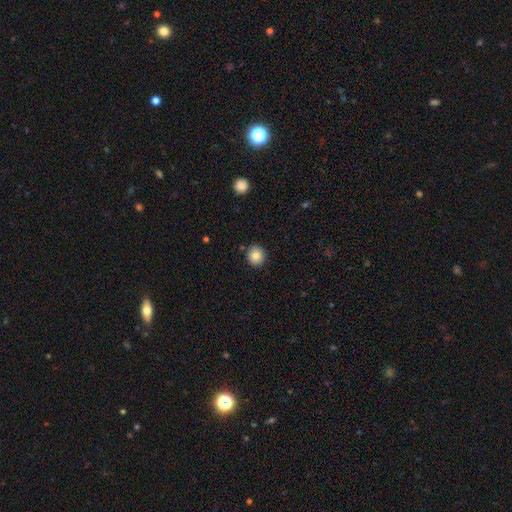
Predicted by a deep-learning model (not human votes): This appears to be a smooth galaxy with no disk features (82%) that is round (89%). Merging: none (88%).